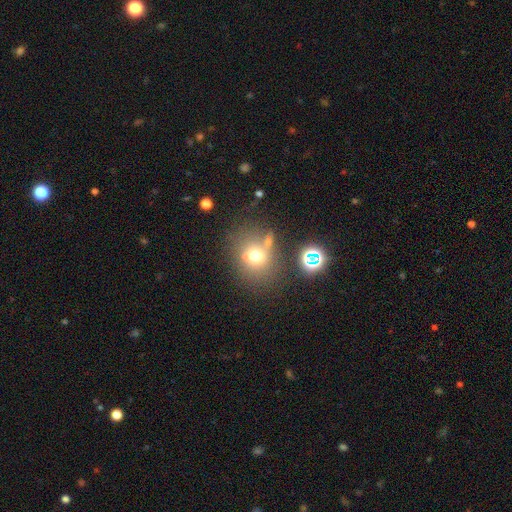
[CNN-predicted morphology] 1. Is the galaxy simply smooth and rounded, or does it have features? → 63% smooth, 20% star or artifact, 18% featured or disk.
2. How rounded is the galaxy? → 72% round, 27% in between, 1% cigar-shaped.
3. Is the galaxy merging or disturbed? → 59% none, 18% merger, 15% minor disturbance, 9% major disturbance.